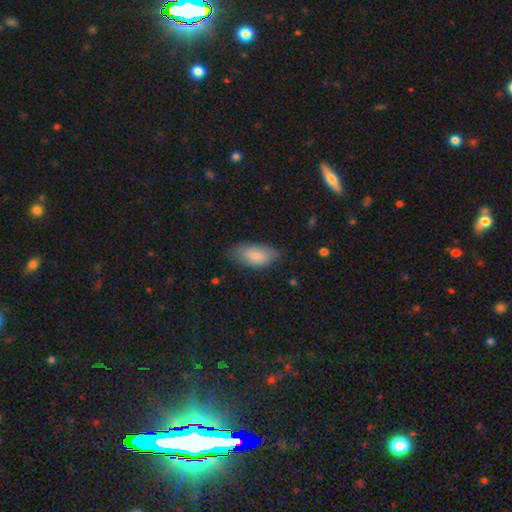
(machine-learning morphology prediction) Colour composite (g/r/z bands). It shows a smooth galaxy with no disk features (83%) that is in between round and cigar-shaped (91%). Merging: none (74%).